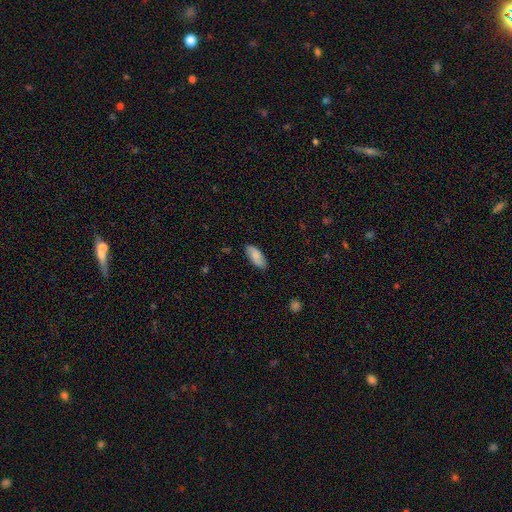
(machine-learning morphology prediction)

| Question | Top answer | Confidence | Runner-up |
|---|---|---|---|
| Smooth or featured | smooth | 81% | featured or disk (13%) |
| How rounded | in between | 84% | cigar-shaped (15%) |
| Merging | none | 83% | minor disturbance (13%) |